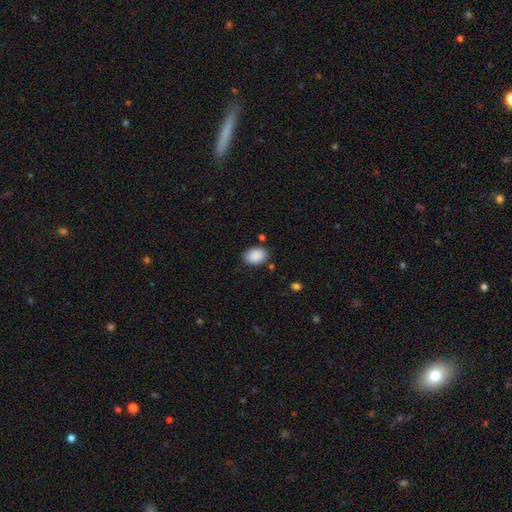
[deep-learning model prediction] Smooth or featured? Predicted: smooth (p=0.90). How rounded? Predicted: in between (p=0.74). Merging? Predicted: none (p=0.82).